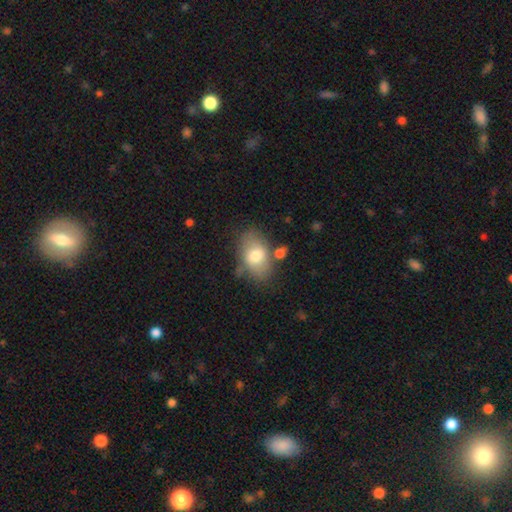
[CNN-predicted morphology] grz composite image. It shows a smooth galaxy with no disk features (72%) that is in between round and cigar-shaped (86%). Merging: none (63%).